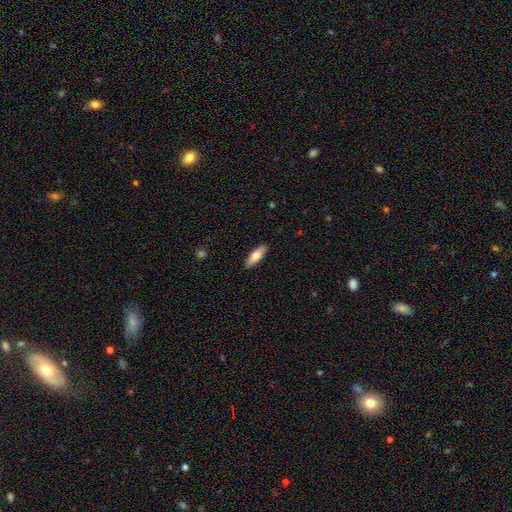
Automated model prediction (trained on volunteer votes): smooth 71%, featured or disk 23%, star or artifact 6%. Down the decision tree: how rounded — in between (55%); merging — none (89%).